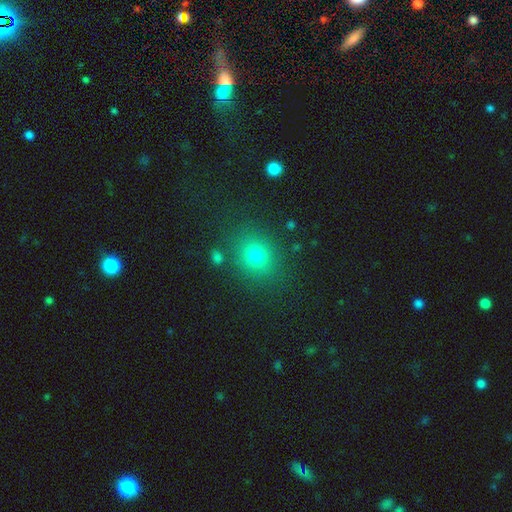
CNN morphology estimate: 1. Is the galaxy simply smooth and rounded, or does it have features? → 75% smooth, 16% star or artifact, 8% featured or disk.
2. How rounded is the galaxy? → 68% round, 30% in between, 1% cigar-shaped.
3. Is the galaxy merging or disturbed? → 82% none, 10% minor disturbance, 4% major disturbance, 4% merger.